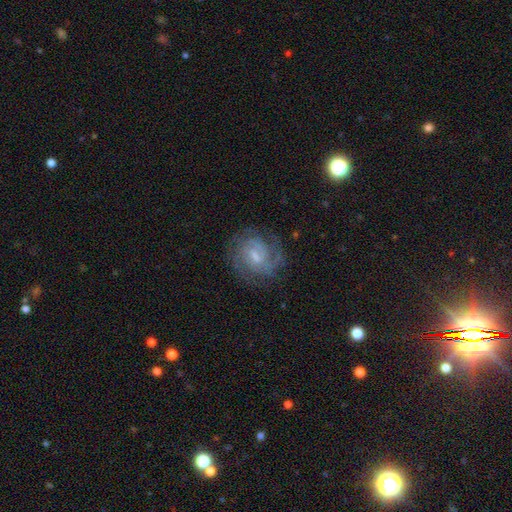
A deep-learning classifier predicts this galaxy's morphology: smooth-or-featured: featured or disk: 82% | smooth: 10% | star or artifact: 8%
  disk-edge-on: no: 98% | yes: 2%
    bar: weak: 55% | no: 32% | strong: 13%
    has-spiral-arms: yes: 96% | no: 4%
      spiral-winding: tight: 62% | medium: 32% | loose: 6%
      spiral-arm-count: 2: 36% | can't tell: 25% | 3: 22% | 4: 8% | 1: 5% | more than 4: 5%
    bulge-size: small: 57% | moderate: 32% | none: 8% | large: 3% | dominant: 1%
  merging: none: 78% | minor disturbance: 14% | major disturbance: 7% | merger: 1%